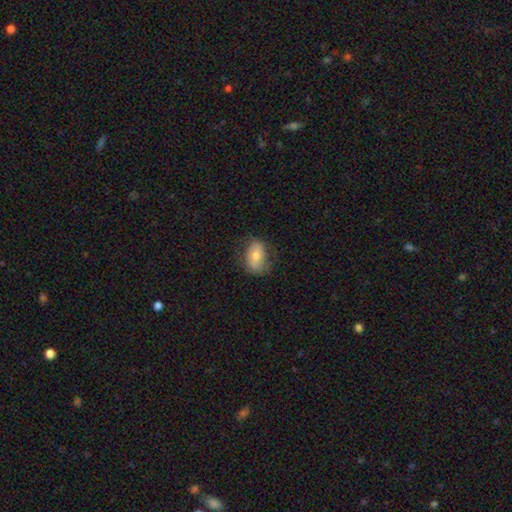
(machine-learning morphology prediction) A smooth galaxy with no disk features (63%) that is in between round and cigar-shaped (81%).

Vote fractions:
- Smooth or featured? smooth: 63% / featured or disk: 28% / star or artifact: 8%
- How rounded? in between: 81% / round: 18% / cigar-shaped: 2%
- Merging? none: 71% / minor disturbance: 20% / major disturbance: 7% / merger: 1%